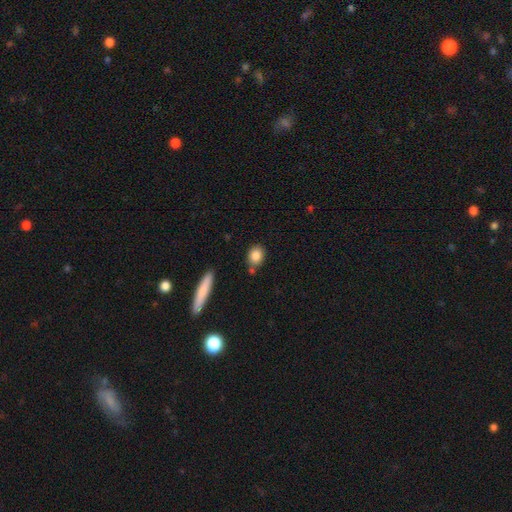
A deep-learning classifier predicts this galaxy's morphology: Smooth or featured? Predicted: smooth (p=0.85). How rounded? Predicted: round (p=0.51). Merging? Predicted: none (p=0.74).